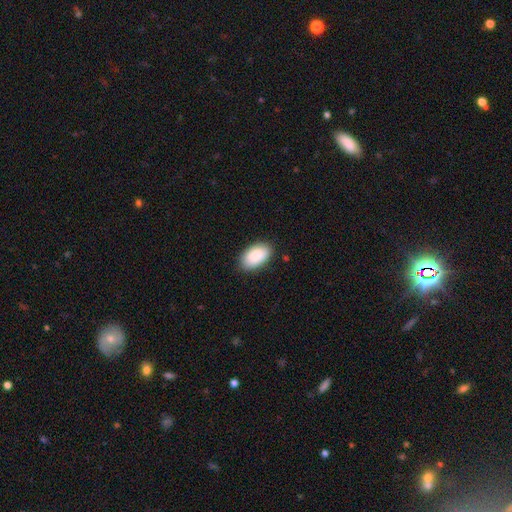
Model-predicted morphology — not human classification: This is clearly a smooth galaxy (88%). How rounded: clearly in between (95%). Merging: clearly none (86%).